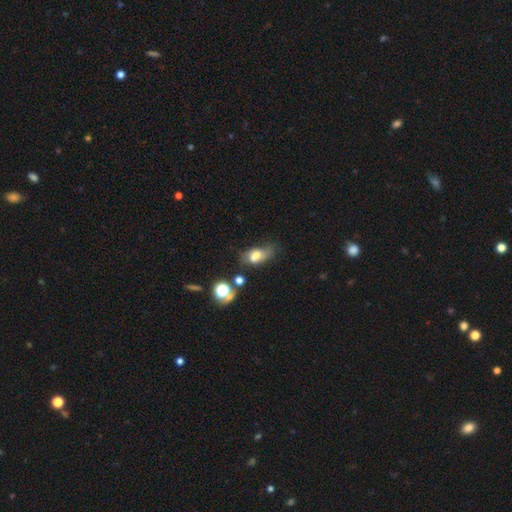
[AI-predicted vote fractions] smooth 64%, featured or disk 22%, star or artifact 14%. Down the decision tree: how rounded — in between (82%); merging — none (40%).